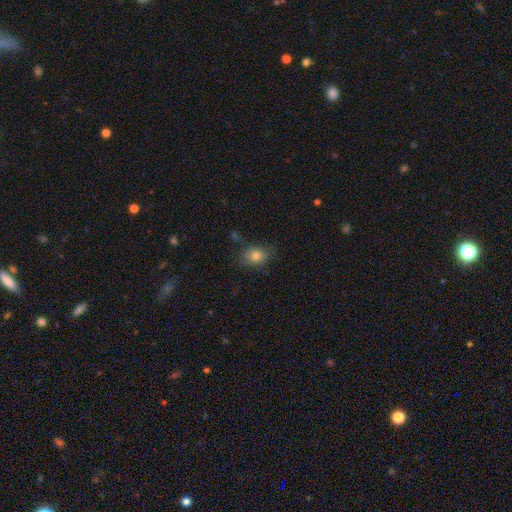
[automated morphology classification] Smooth or featured: smooth — 80% (star or artifact — 11%)
How rounded: in between — 52% (round — 47%)
Merging: none — 74% (minor disturbance — 18%)